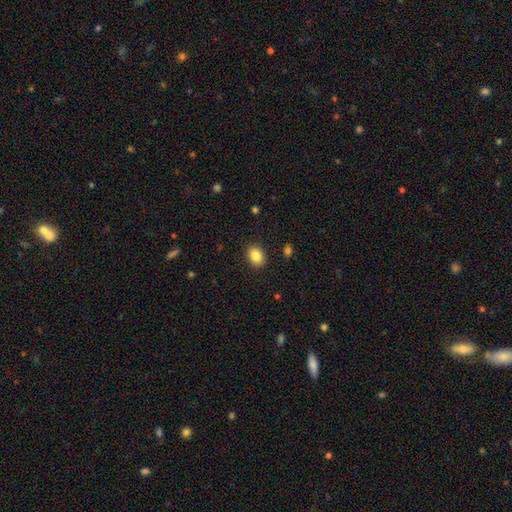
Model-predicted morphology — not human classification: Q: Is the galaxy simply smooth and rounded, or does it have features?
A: smooth — 86%.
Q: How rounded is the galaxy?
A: in between — 68%.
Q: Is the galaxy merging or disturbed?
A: none — 89%.